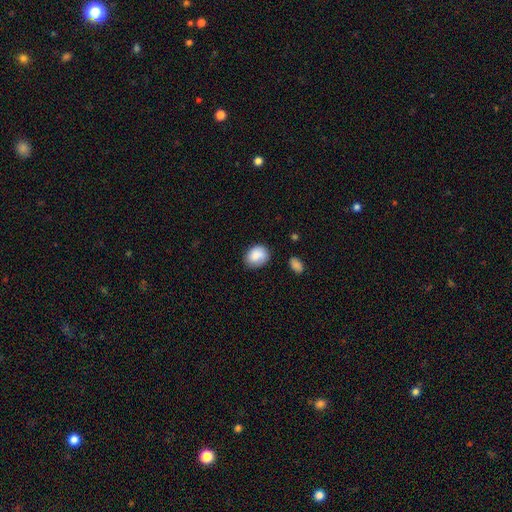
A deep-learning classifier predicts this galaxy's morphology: A smooth galaxy with no disk features (82%) that is in between round and cigar-shaped (57%).

Vote fractions:
- Smooth or featured? smooth: 82% / featured or disk: 11% / star or artifact: 8%
- How rounded? in between: 57% / round: 42% / cigar-shaped: 1%
- Merging? none: 66% / minor disturbance: 24% / major disturbance: 6% / merger: 4%